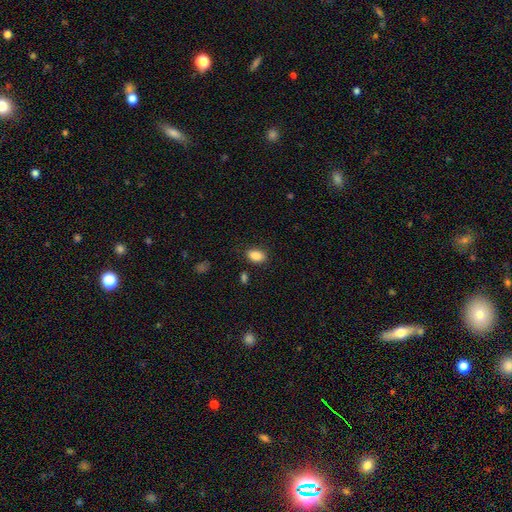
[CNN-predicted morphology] smooth-or-featured: smooth: 87% | star or artifact: 8% | featured or disk: 5%
  how-rounded: in between: 86% | round: 12% | cigar-shaped: 1%
  merging: none: 83% | minor disturbance: 11% | major disturbance: 3% | merger: 2%